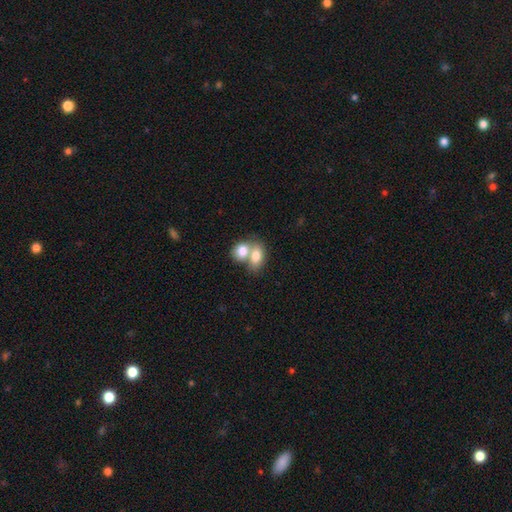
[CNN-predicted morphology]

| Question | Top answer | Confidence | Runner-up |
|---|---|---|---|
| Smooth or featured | smooth | 77% | featured or disk (15%) |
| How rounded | in between | 77% | round (21%) |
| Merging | merger | 69% | none (22%) |